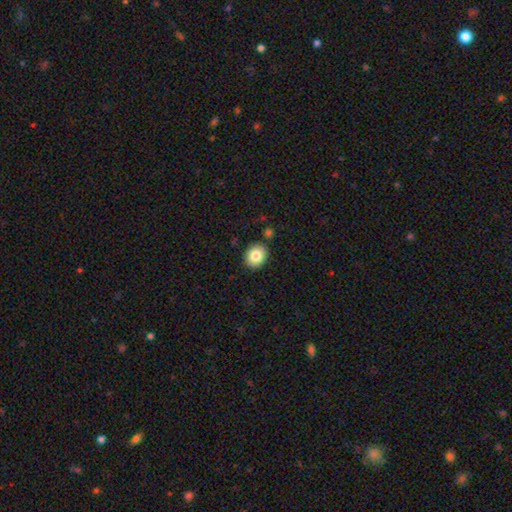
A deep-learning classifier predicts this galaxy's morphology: A smooth galaxy with no disk features (84%) that is round (69%).

Vote fractions:
- Smooth or featured? smooth: 84% / star or artifact: 9% / featured or disk: 8%
- How rounded? round: 69% / in between: 30% / cigar-shaped: 1%
- Merging? none: 87% / minor disturbance: 8% / merger: 3% / major disturbance: 2%